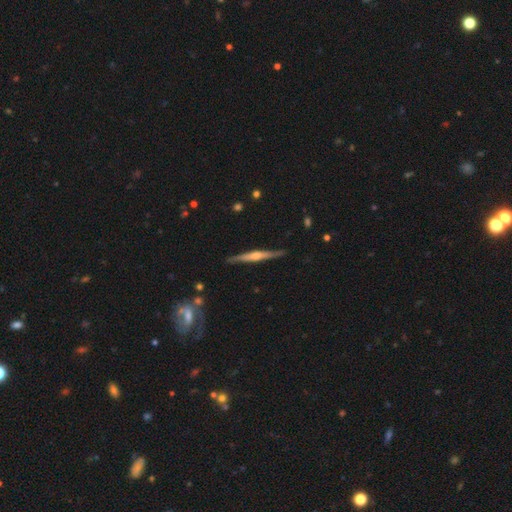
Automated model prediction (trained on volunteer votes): A featured or disk galaxy (79%) viewed edge-on (98%) with a rounded central bulge (78%).

Vote fractions:
- Smooth or featured? featured or disk: 79% / smooth: 15% / star or artifact: 5%
- Edge-on disk? yes: 98% / no: 2%
- Edge-on bulge? rounded: 78% / boxy: 12% / none: 10%
- Merging? none: 87% / minor disturbance: 9% / merger: 2% / major disturbance: 2%